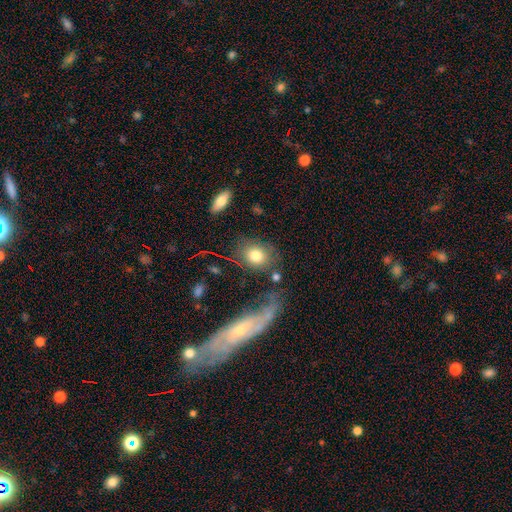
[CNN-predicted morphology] The model was most divided on "how rounded": round: 55%, in between: 42%, cigar-shaped: 2%. More confident: smooth or featured — smooth (76%); merging — none (65%).